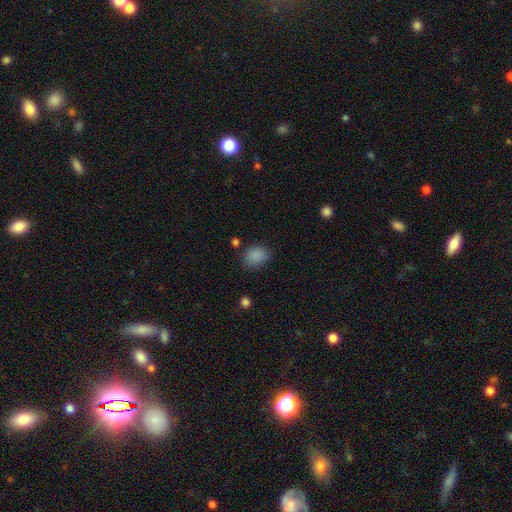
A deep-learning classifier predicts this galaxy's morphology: A smooth galaxy with no disk features (85%) that is in between round and cigar-shaped (58%). Merging: none (72%).